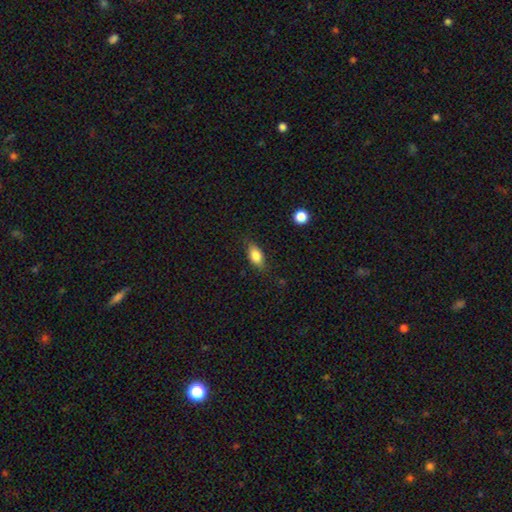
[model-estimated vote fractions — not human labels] Smooth or featured: smooth — 81% (featured or disk — 11%)
How rounded: in between — 85% (cigar-shaped — 8%)
Merging: none — 80% (minor disturbance — 15%)